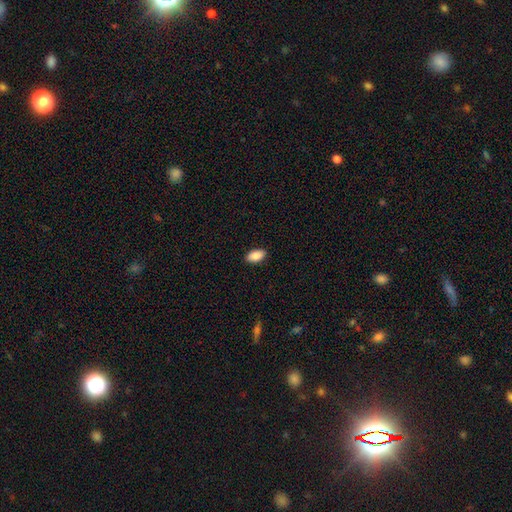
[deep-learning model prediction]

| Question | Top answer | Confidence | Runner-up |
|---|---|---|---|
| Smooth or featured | smooth | 89% | star or artifact (7%) |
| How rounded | in between | 94% | round (3%) |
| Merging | none | 90% | minor disturbance (8%) |